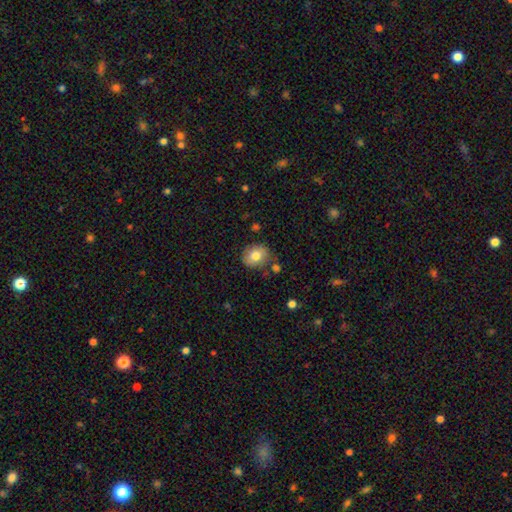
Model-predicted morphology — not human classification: A smooth galaxy with no disk features (77%) that is round (67%). Merging: none (76%).